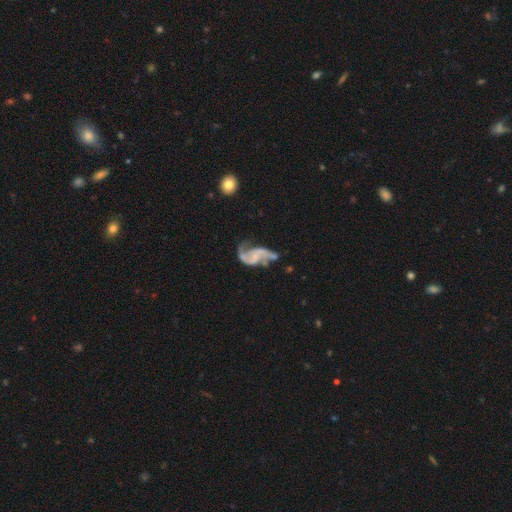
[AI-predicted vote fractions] Smooth or featured? Predicted: featured or disk (p=0.83). Edge-on disk? Predicted: no (p=0.97). Bar? Predicted: no (p=0.51). Spiral arms? Predicted: yes (p=0.91). Spiral winding? Predicted: loose (p=0.68). Spiral arm count? Predicted: 2 (p=0.87). Bulge size? Predicted: none (p=0.64). Merging? Predicted: none (p=0.41).